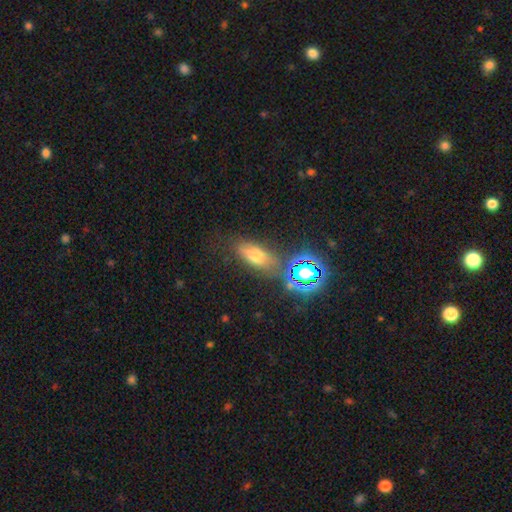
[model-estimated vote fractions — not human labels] smooth-or-featured: smooth: 59% | star or artifact: 22% | featured or disk: 20%
  how-rounded: in between: 70% | cigar-shaped: 21% | round: 10%
  merging: none: 73% | minor disturbance: 15% | merger: 6% | major disturbance: 6%